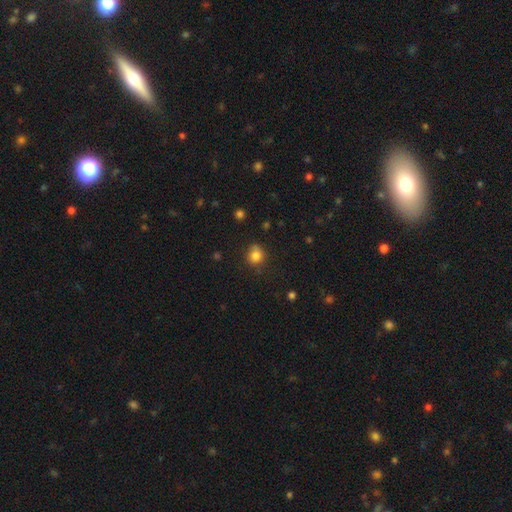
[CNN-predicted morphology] Smooth or featured?
  - smooth: 82% *
  - star or artifact: 12%
  - featured or disk: 6%
How rounded?
  - round: 78% *
  - in between: 21%
  - cigar-shaped: 1%
Merging?
  - none: 71% *
  - minor disturbance: 21%
  - major disturbance: 5%
  - merger: 2%